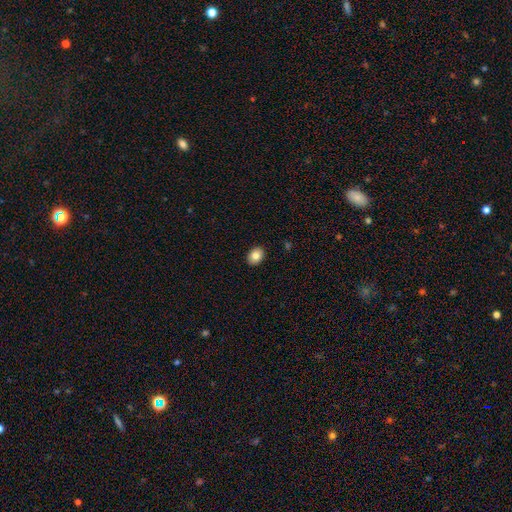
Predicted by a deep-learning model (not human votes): Smooth or featured: smooth — 82% (featured or disk — 9%)
How rounded: in between — 67% (round — 32%)
Merging: none — 91% (minor disturbance — 7%)